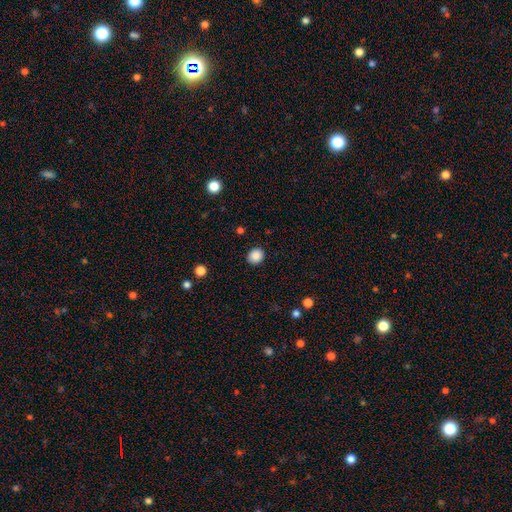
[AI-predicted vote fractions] Smooth or featured? Predicted: smooth (p=0.87). How rounded? Predicted: round (p=0.76). Merging? Predicted: none (p=0.91).